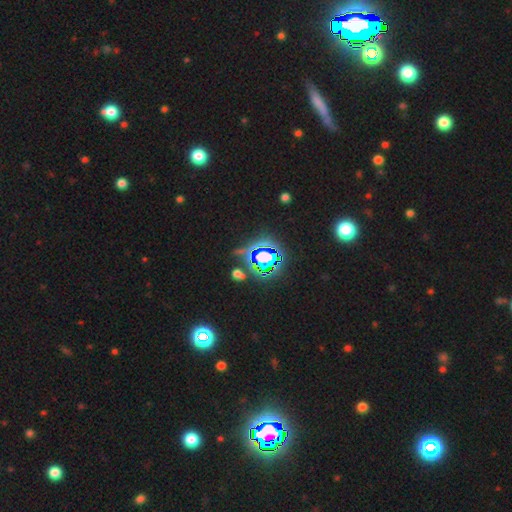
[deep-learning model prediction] Q: Smooth or featured?
A: star or artifact (77%); runner-up: smooth (15%)